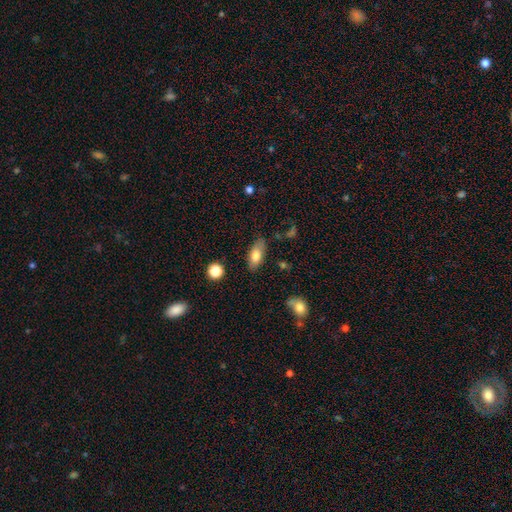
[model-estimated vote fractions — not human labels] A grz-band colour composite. It shows a smooth galaxy with no disk features (75%) that is in between round and cigar-shaped (84%). Merging: none (80%).